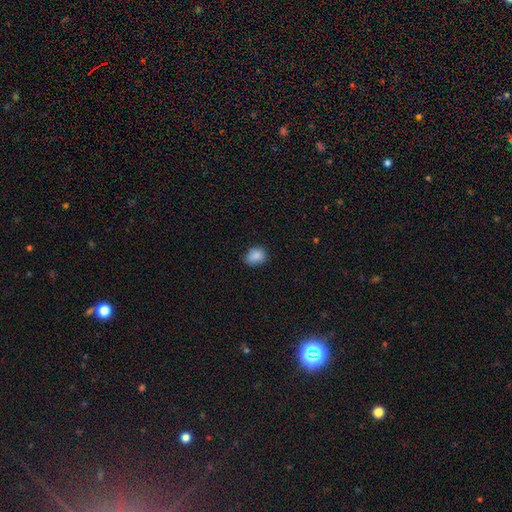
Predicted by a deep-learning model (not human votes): Smooth or featured? Predicted: smooth (p=0.87). How rounded? Predicted: in between (p=0.52). Merging? Predicted: none (p=0.71).